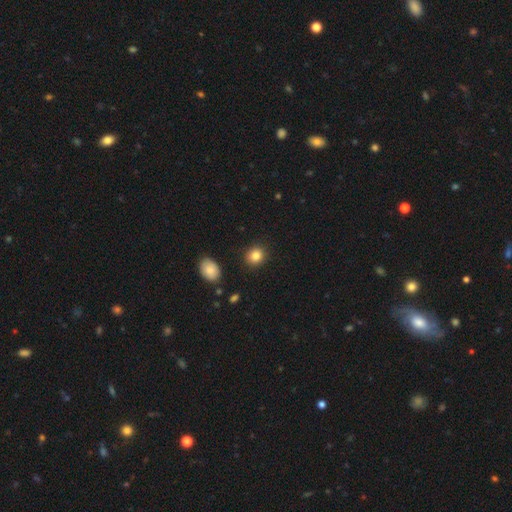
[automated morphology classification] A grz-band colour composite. It shows a smooth galaxy with no disk features (85%) that is round (75%). Merging: none (89%).